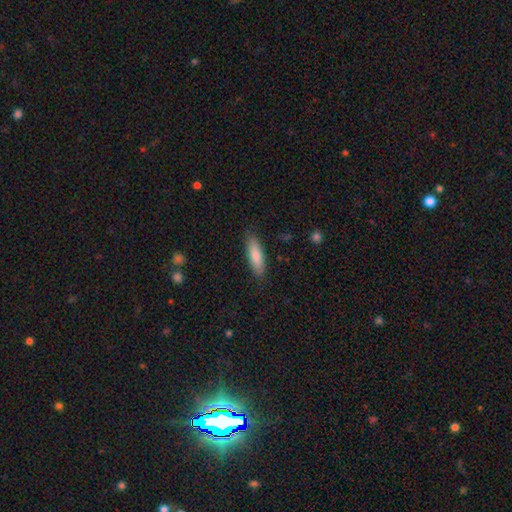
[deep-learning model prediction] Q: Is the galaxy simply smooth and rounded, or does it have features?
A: smooth — 83%.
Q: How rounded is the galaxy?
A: cigar-shaped — 54%.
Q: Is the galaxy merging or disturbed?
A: none — 86%.